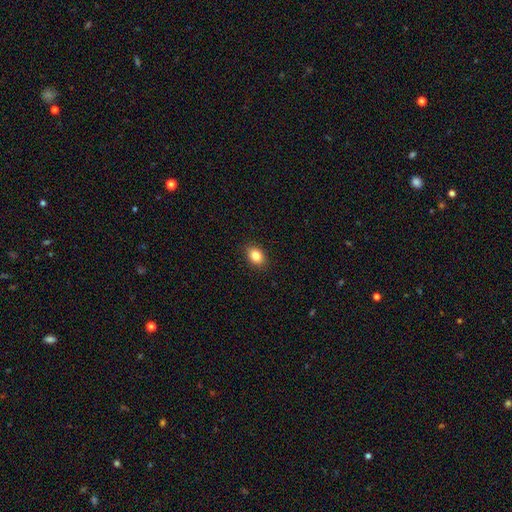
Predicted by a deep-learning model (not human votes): Morphology: type=smooth (84%); roundness=in between (75%); merging=none (90%).